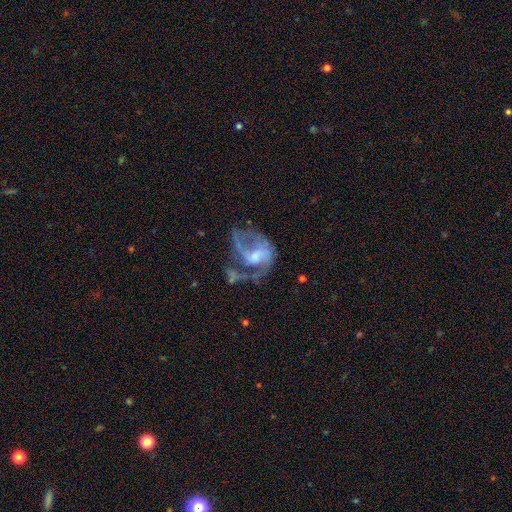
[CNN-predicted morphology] A featured or disk galaxy (73%) with no bar (53%), 2 (46%) loose (43%) spiral arms (73%) and a moderate central bulge (40%).

Vote fractions:
- Smooth or featured? featured or disk: 73% / smooth: 19% / star or artifact: 9%
- Edge-on disk? no: 97% / yes: 3%
- Bar? no: 53% / weak: 38% / strong: 9%
- Spiral arms? yes: 73% / no: 27%
- Spiral winding? loose: 43% / medium: 41% / tight: 16%
- Spiral arm count? 2: 46% / 1: 26% / can't tell: 18% / 3: 7% / 4: 2% / more than 4: 2%
- Bulge size? moderate: 40% / small: 32% / none: 17% / large: 9% / dominant: 2%
- Merging? major disturbance: 43% / none: 27% / minor disturbance: 18% / merger: 12%